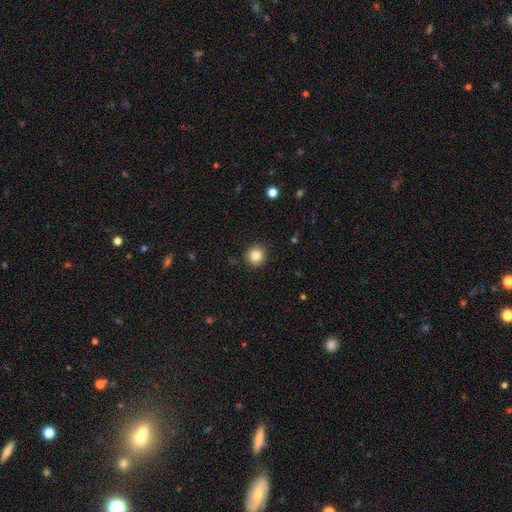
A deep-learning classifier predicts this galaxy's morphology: smooth_or_featured: smooth (p=0.85) [alt: star or artifact p=0.10]
how_rounded: round (p=0.93) [alt: in between p=0.06]
merging: none (p=0.91) [alt: minor disturbance p=0.06]